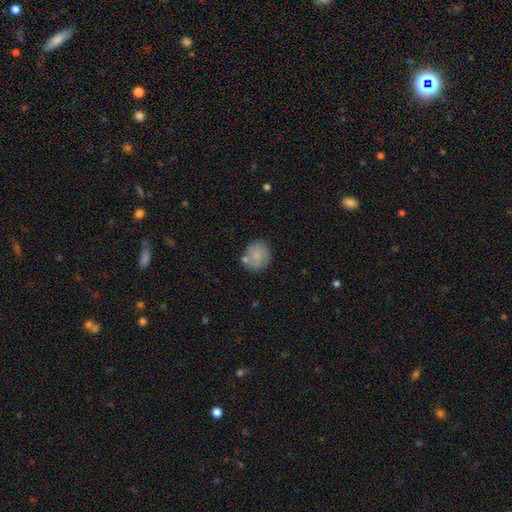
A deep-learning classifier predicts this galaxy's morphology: A smooth galaxy with no disk features (81%) that is round (84%). Merging: none (69%).